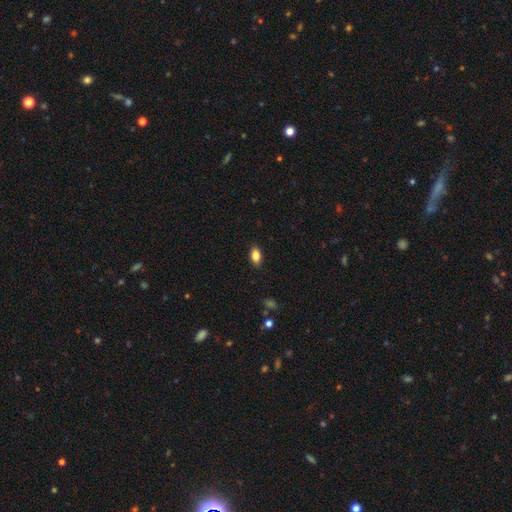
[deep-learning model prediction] The model was most divided on "smooth or featured": smooth: 84%, star or artifact: 8%, featured or disk: 8%. More confident: how rounded — in between (89%); merging — none (88%).